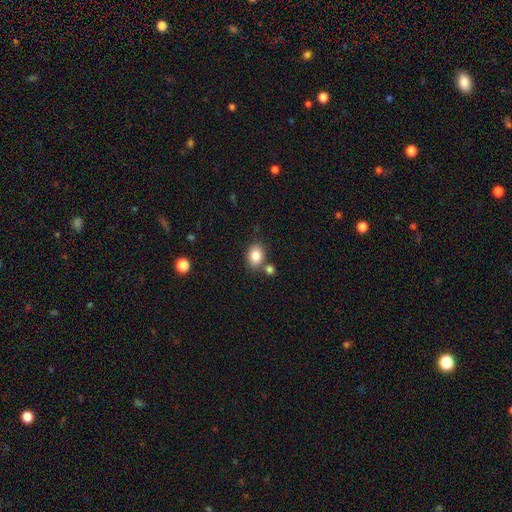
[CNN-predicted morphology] Smooth or featured? smooth (84%)
How rounded? in between (64%)
Merging? none (70%)